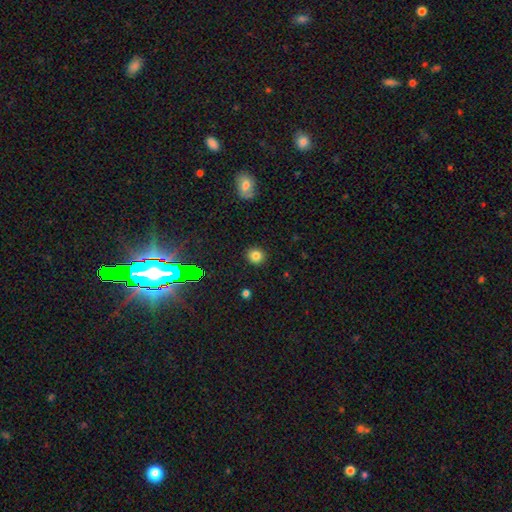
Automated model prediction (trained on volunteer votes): This appears to be a smooth galaxy with no disk features (80%) that is round (88%). Merging: none (91%).